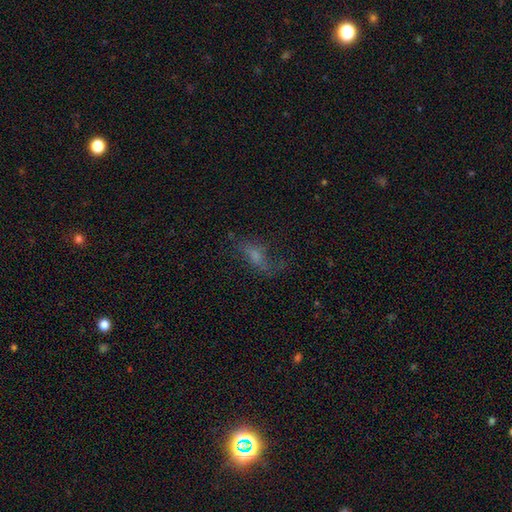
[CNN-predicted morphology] Q: Smooth or featured?
A: smooth (44%); runner-up: featured or disk (38%)
Q: Merging?
A: none (48%); runner-up: major disturbance (26%)